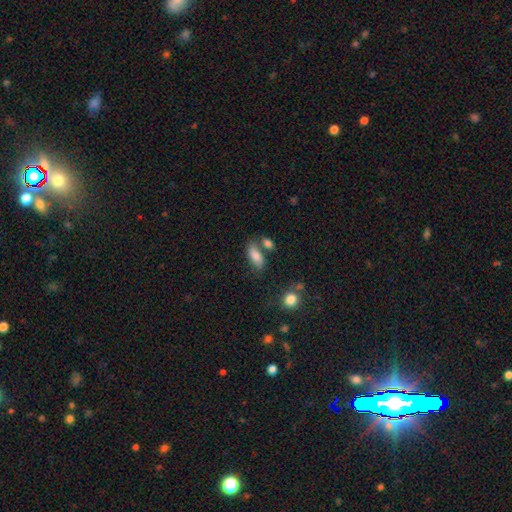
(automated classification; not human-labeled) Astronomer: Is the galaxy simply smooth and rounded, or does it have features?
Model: smooth — 80%.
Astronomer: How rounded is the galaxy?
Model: in between — 79%.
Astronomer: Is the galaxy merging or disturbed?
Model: none — 55%.